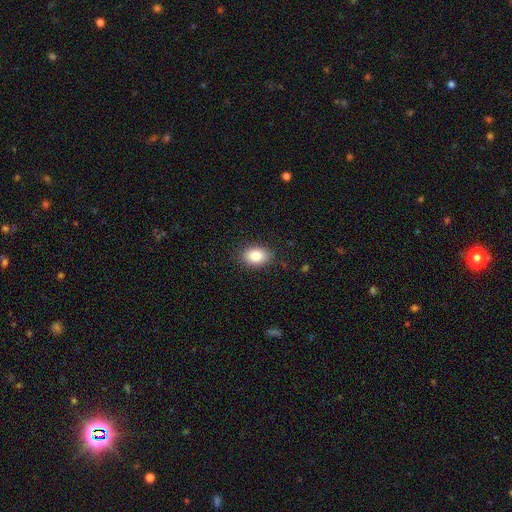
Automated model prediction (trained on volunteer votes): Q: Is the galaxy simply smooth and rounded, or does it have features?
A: smooth — 84%.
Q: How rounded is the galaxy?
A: in between — 80%.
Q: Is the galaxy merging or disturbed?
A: none — 87%.